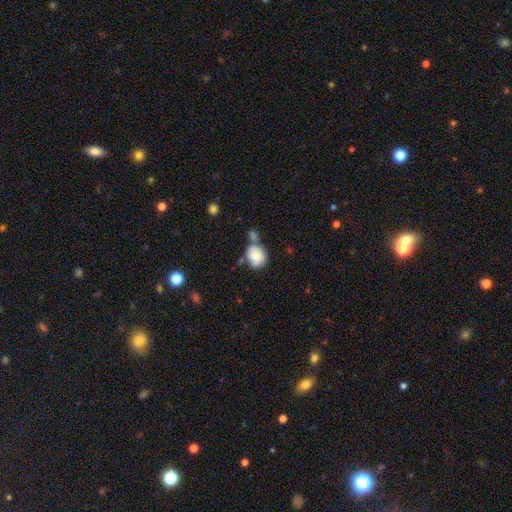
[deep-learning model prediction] Smooth or featured: smooth — 76% (featured or disk — 16%)
How rounded: round — 57% (in between — 42%)
Merging: none — 38% (merger — 33%)